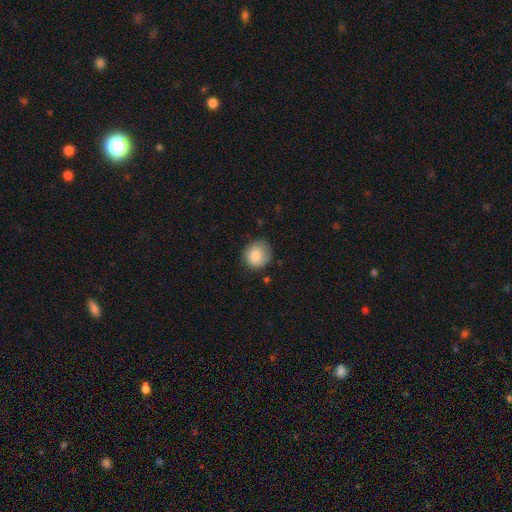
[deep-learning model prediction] This is clearly a smooth galaxy (85%). How rounded: clearly round (86%). Merging: likely none (70%).